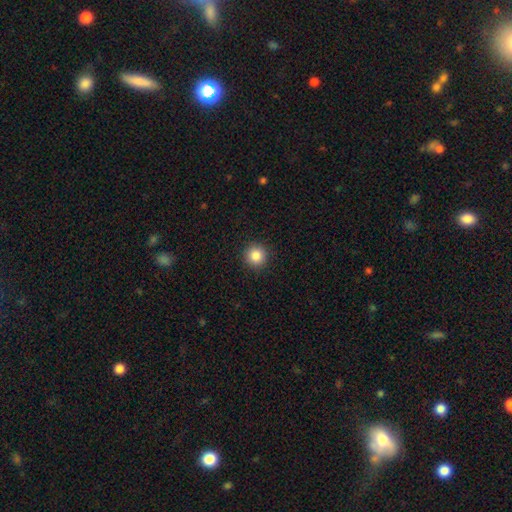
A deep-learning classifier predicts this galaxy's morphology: This appears to be a smooth galaxy with no disk features (86%) that is round (95%). Merging: none (92%).